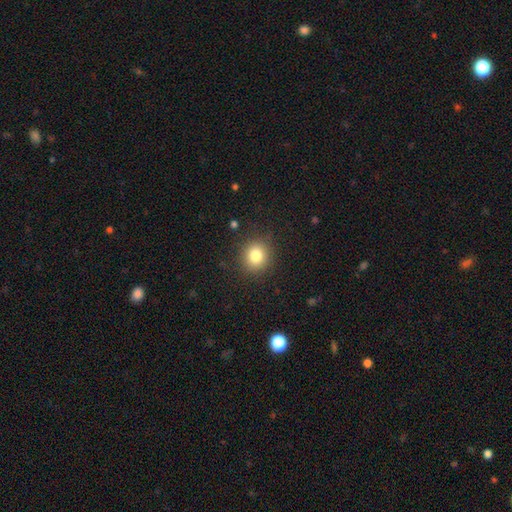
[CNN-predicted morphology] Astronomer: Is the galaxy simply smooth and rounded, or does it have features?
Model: smooth — 81%.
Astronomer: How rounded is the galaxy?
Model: round — 84%.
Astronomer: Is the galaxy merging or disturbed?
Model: none — 89%.